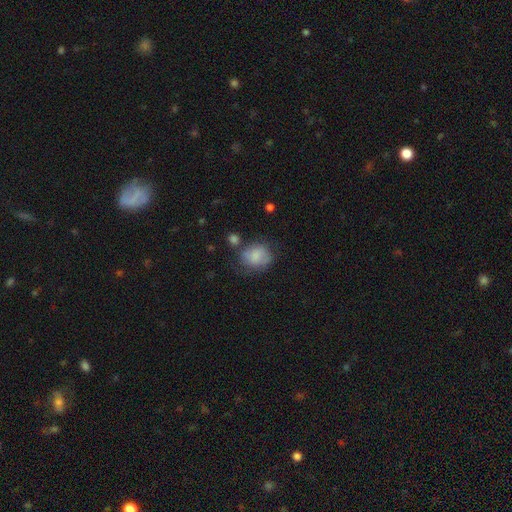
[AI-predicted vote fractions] smooth 76%, featured or disk 16%, star or artifact 8%. Down the decision tree: how rounded — round (54%); merging — none (50%).